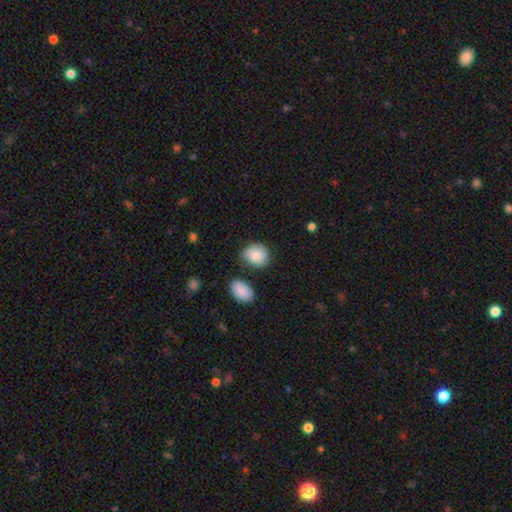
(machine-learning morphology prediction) The model was most divided on "how rounded": round: 69%, in between: 30%, cigar-shaped: 1%. More confident: smooth or featured — smooth (83%); merging — none (66%).